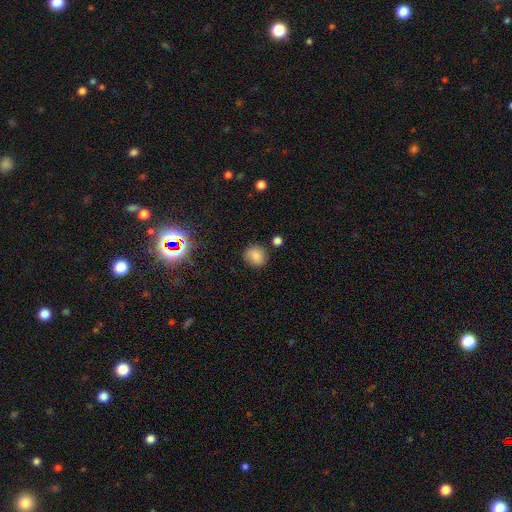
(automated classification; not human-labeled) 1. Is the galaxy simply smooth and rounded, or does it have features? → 79% smooth, 13% star or artifact, 8% featured or disk.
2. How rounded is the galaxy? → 84% round, 15% in between, 1% cigar-shaped.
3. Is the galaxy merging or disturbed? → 82% none, 12% minor disturbance, 3% merger, 3% major disturbance.